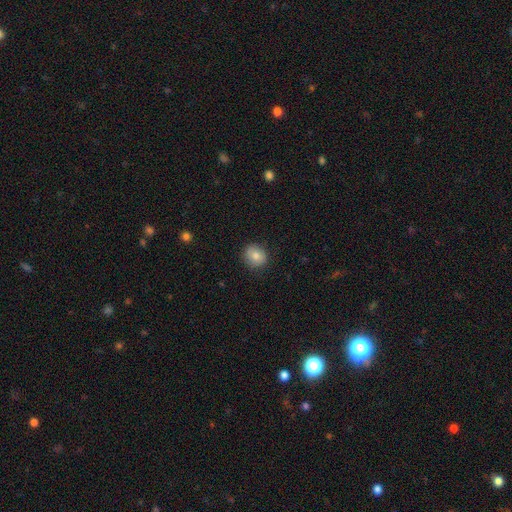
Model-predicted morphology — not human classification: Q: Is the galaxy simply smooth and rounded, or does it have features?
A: smooth — 81%.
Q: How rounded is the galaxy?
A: round — 78%.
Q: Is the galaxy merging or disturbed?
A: none — 87%.